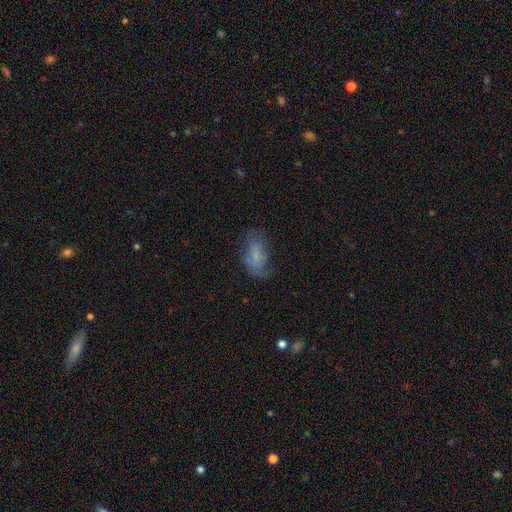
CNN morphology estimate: Smooth or featured: smooth — 58% (featured or disk — 31%)
How rounded: in between — 89% (round — 5%)
Merging: none — 47% (minor disturbance — 28%)